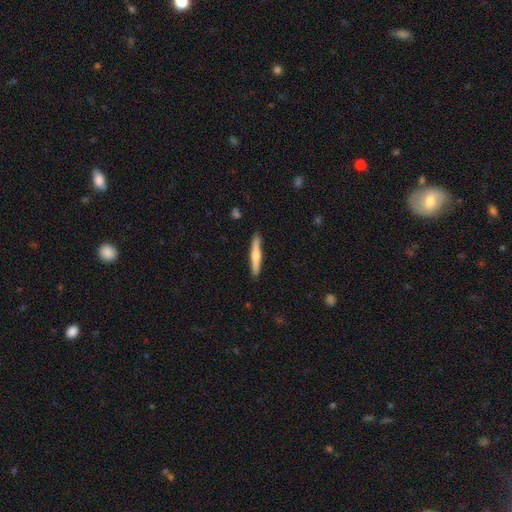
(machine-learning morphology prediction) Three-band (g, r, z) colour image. It shows a smooth galaxy with no disk features (54%) that is cigar-shaped (94%). Merging: none (90%).